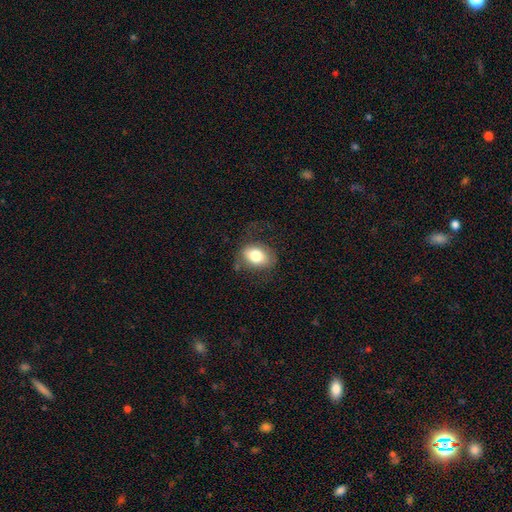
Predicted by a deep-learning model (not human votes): smooth_or_featured: smooth (p=0.75) [alt: featured or disk p=0.17]
how_rounded: in between (p=0.75) [alt: round p=0.24]
merging: none (p=0.65) [alt: minor disturbance p=0.21]